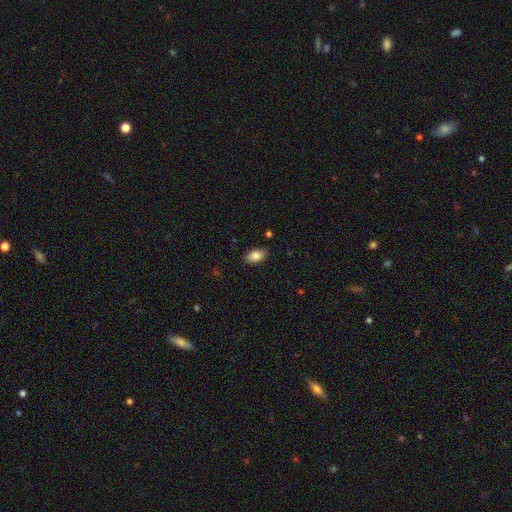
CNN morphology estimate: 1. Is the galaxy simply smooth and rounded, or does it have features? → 85% smooth, 8% featured or disk, 8% star or artifact.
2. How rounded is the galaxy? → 91% in between, 6% round, 2% cigar-shaped.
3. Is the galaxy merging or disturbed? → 84% none, 12% minor disturbance, 2% major disturbance, 1% merger.